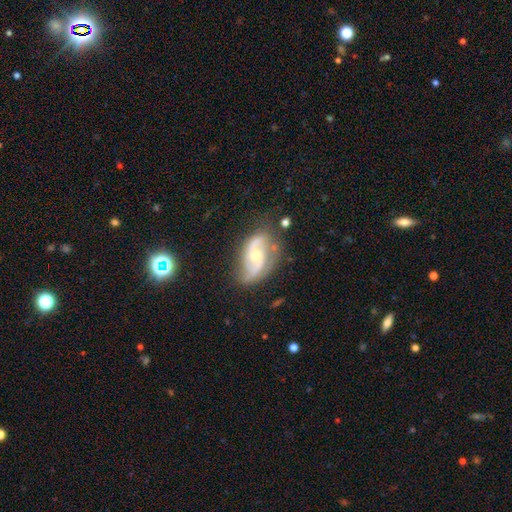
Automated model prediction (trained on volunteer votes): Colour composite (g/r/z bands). It shows a featured or disk galaxy (80%) with no bar (60%), 2 (81%) medium (44%) spiral arms (91%) and a moderate central bulge (62%). Merging: none (62%).